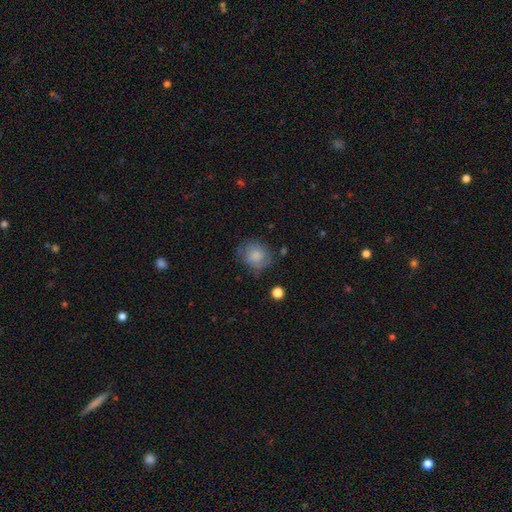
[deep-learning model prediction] This appears to be a smooth galaxy with no disk features (76%) that is round (72%). Merging: none (64%).